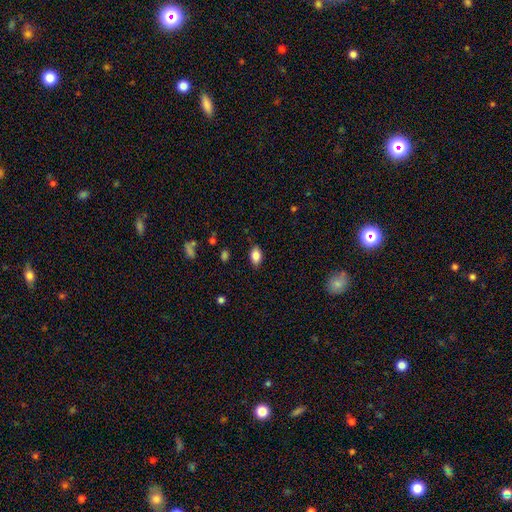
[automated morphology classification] smooth_or_featured: smooth (p=0.84) [alt: star or artifact p=0.08]
how_rounded: in between (p=0.89) [alt: round p=0.08]
merging: none (p=0.84) [alt: minor disturbance p=0.12]